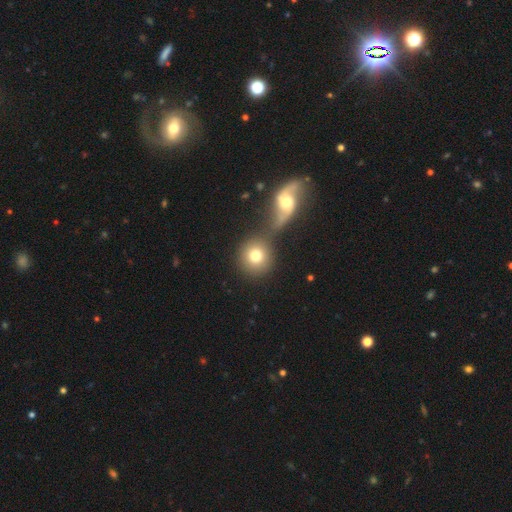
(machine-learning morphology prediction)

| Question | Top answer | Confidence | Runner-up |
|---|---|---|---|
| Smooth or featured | smooth | 77% | featured or disk (15%) |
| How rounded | round | 89% | in between (10%) |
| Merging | none | 57% | merger (31%) |